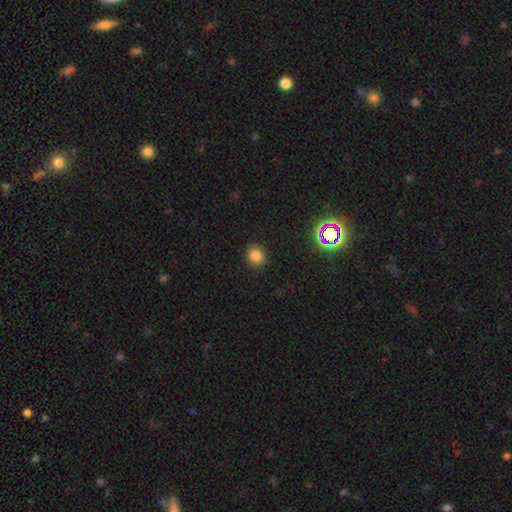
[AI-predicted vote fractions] This is clearly a smooth galaxy (81%). How rounded: likely round (76%). Merging: clearly none (89%).